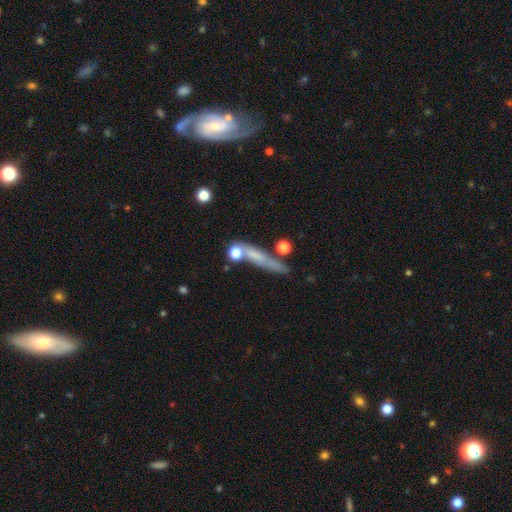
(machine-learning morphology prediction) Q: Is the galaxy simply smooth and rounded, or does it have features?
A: smooth — 54%.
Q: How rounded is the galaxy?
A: cigar-shaped — 80%.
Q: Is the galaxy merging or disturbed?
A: none — 63%.